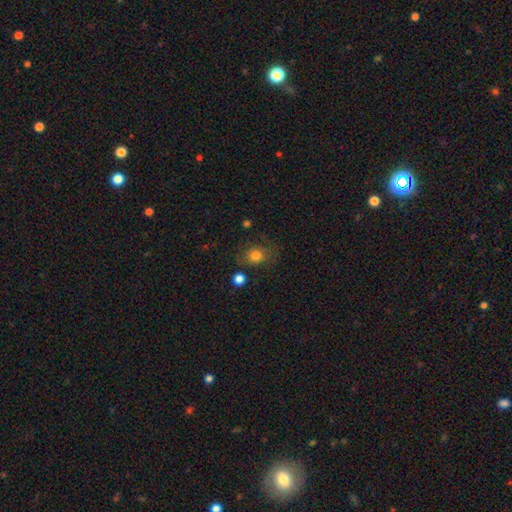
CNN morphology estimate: This is likely a smooth galaxy (78%). How rounded: likely round (61%). Merging: likely none (66%).